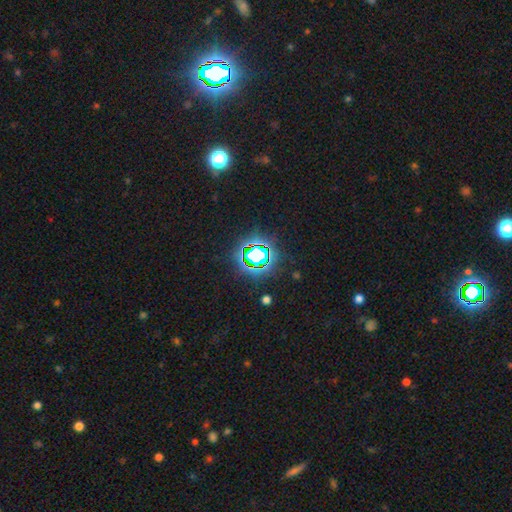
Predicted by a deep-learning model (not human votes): Overall: star or artifact (72%).